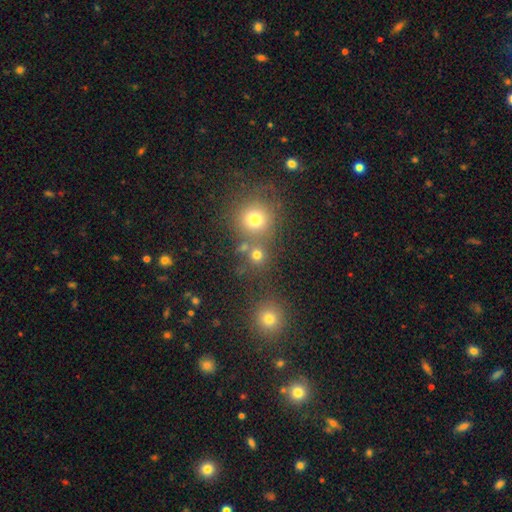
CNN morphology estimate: smooth 67%, star or artifact 25%, featured or disk 8%. Down the decision tree: how rounded — round (89%); merging — none (68%).